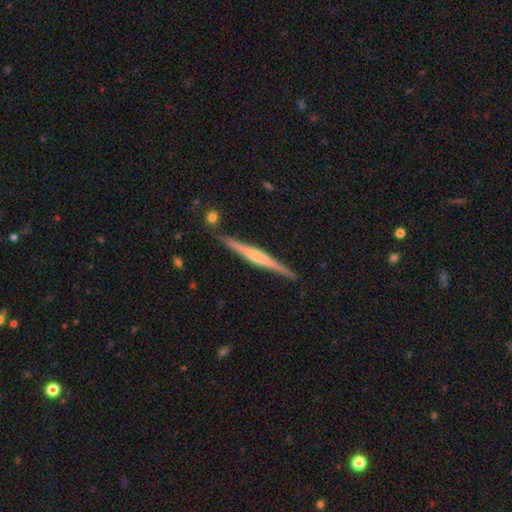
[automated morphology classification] Smooth or featured? Predicted: featured or disk (p=0.69). Edge-on disk? Predicted: yes (p=0.98). Edge-on bulge? Predicted: rounded (p=0.45). Merging? Predicted: none (p=0.89).